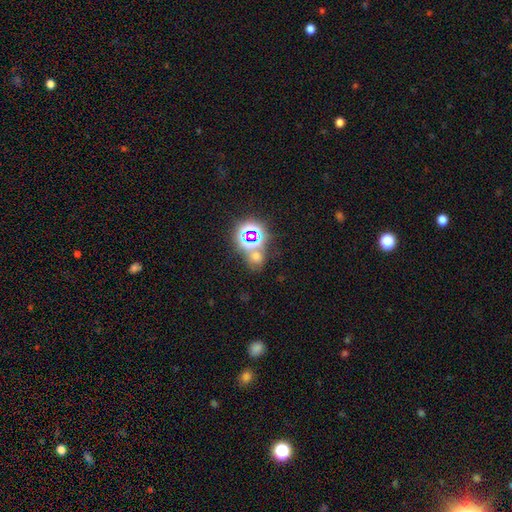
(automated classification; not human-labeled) Smooth or featured? Predicted: star or artifact (p=0.48).